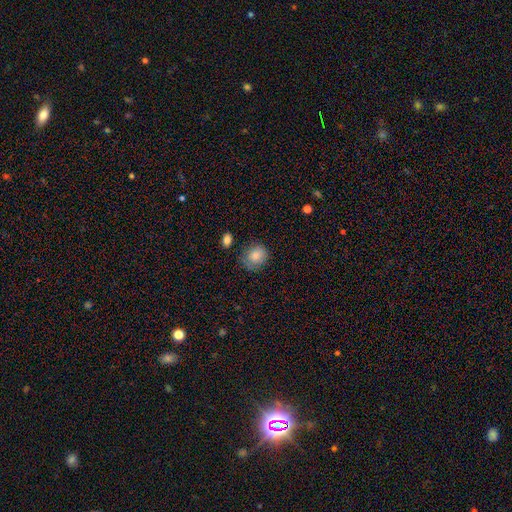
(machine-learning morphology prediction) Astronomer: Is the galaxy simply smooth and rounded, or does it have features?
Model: smooth — 82%.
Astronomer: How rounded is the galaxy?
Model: round — 73%.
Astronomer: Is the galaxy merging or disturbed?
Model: none — 71%.